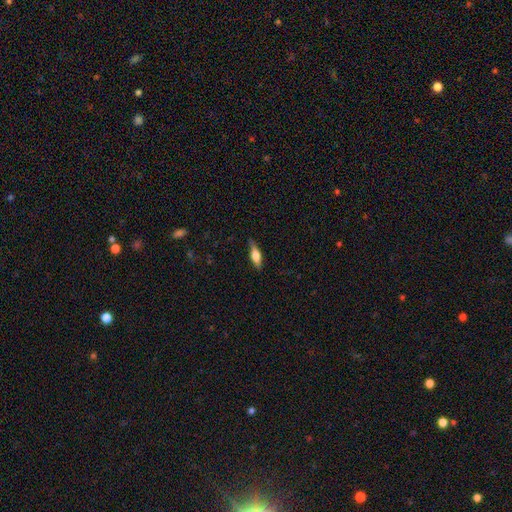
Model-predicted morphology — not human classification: Smooth or featured: smooth — 56% (featured or disk — 38%)
How rounded: in between — 49% (tied with cigar-shaped — 49%)
Merging: none — 79% (minor disturbance — 16%)